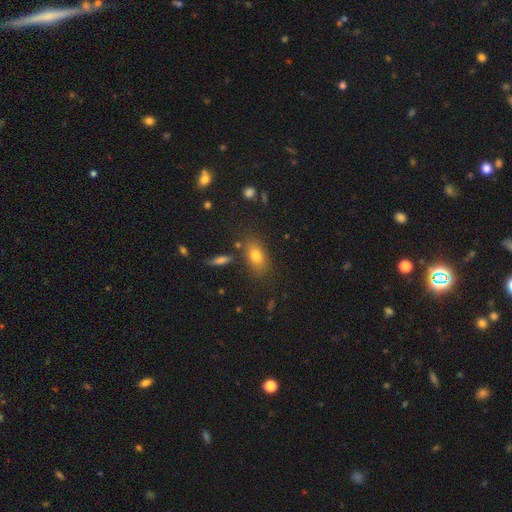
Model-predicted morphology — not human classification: Smooth or featured?
  - smooth: 75% *
  - star or artifact: 13%
  - featured or disk: 12%
How rounded?
  - in between: 82% *
  - round: 13%
  - cigar-shaped: 5%
Merging?
  - none: 79% *
  - minor disturbance: 12%
  - merger: 6%
  - major disturbance: 4%